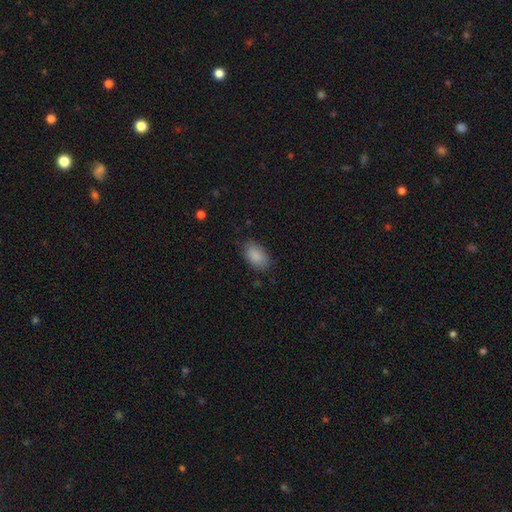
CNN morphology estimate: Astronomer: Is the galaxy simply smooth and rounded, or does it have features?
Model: smooth — 88%.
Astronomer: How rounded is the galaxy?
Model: in between — 93%.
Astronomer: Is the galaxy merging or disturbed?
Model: none — 81%.